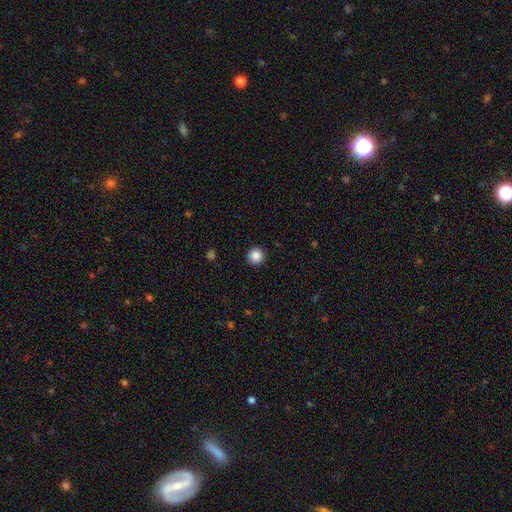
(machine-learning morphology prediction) Smooth or featured: smooth — 87% (star or artifact — 10%)
How rounded: round — 96% (in between — 3%)
Merging: none — 93% (minor disturbance — 5%)